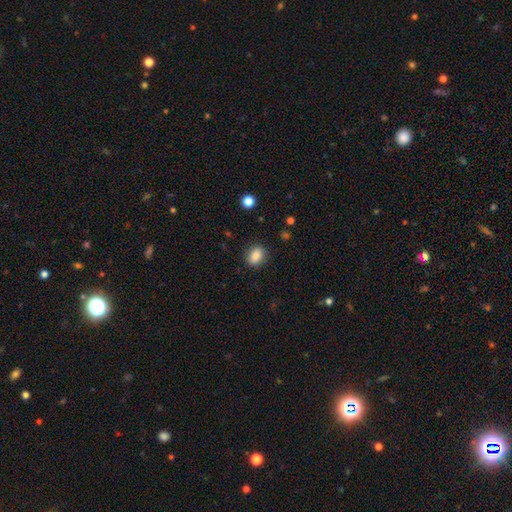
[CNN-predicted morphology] The model was most divided on "how rounded": in between: 55%, round: 44%, cigar-shaped: 1%. More confident: merging — none (88%); smooth or featured — smooth (84%).